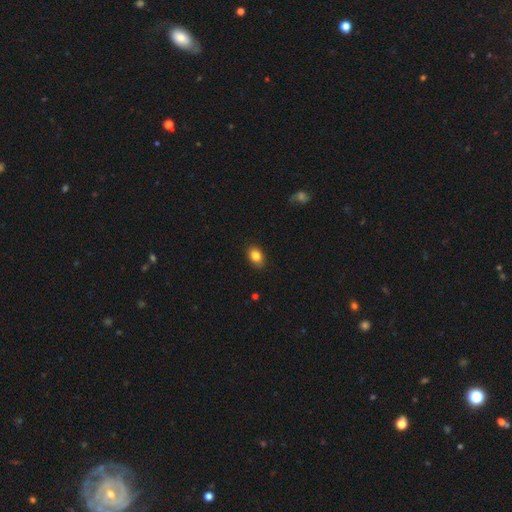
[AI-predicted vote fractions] Smooth or featured? Predicted: smooth (p=0.84). How rounded? Predicted: in between (p=0.77). Merging? Predicted: none (p=0.86).